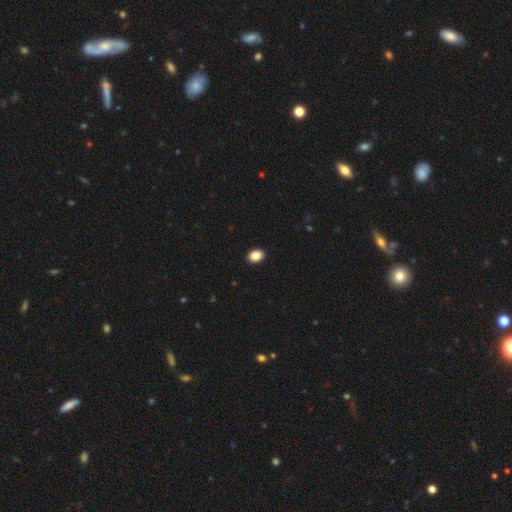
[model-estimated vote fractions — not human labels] smooth 88%, star or artifact 8%, featured or disk 3%. Down the decision tree: how rounded — in between (72%); merging — none (92%).